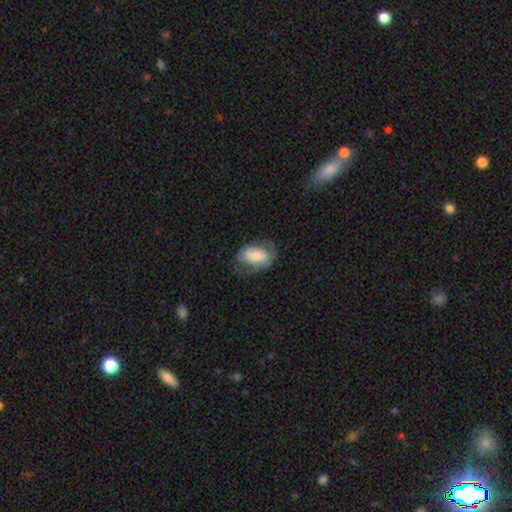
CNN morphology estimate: smooth_or_featured: smooth (p=0.62) [alt: featured or disk p=0.31]
how_rounded: in between (p=0.88) [alt: round p=0.09]
merging: none (p=0.55) [alt: minor disturbance p=0.27]